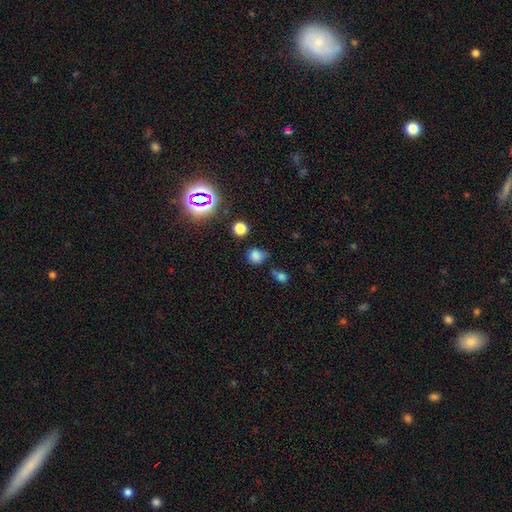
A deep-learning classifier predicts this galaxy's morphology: The model was most divided on "merging": none: 64%, minor disturbance: 21%, merger: 7%, major disturbance: 7%. More confident: how rounded — round (77%); smooth or featured — smooth (75%).